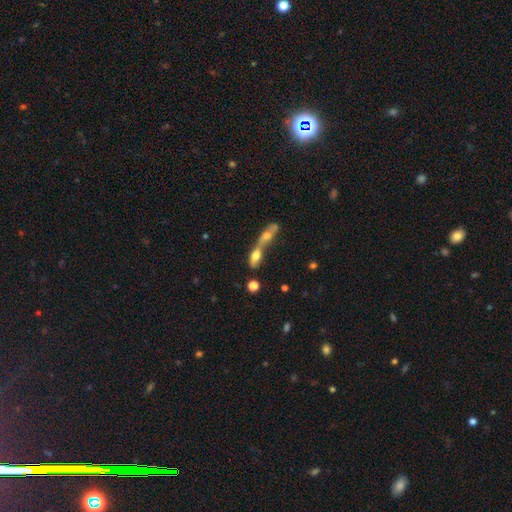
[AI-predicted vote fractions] This appears to be a smooth galaxy with no disk features (64%) that is in between round and cigar-shaped (63%). Merging: merger (77%).